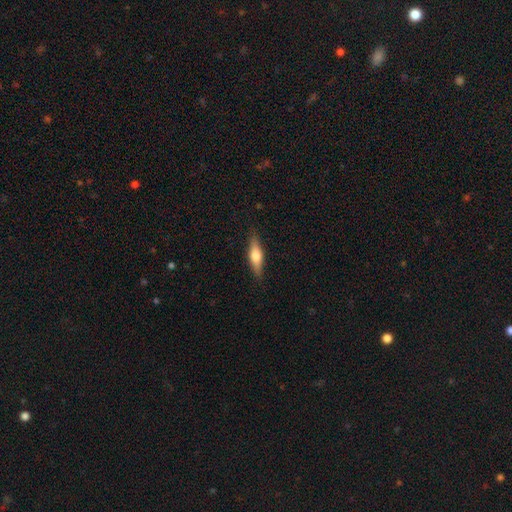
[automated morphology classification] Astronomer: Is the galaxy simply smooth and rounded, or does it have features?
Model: smooth — 54% (runner-up: featured or disk, 40%).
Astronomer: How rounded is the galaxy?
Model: cigar-shaped — 53% (runner-up: in between, 44%).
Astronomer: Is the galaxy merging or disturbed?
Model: none — 87%.